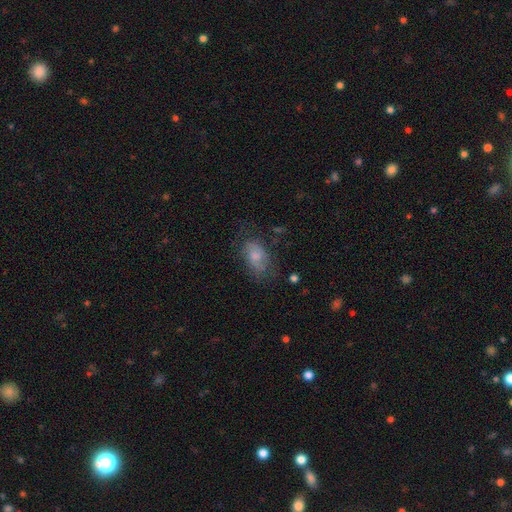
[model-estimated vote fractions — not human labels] Overall: smooth (53%; featured or disk 37%). How rounded: in between (86%). Merging: none (58%; minor disturbance 25%).